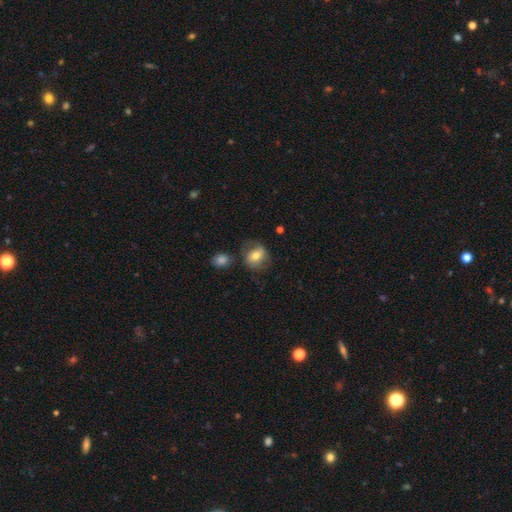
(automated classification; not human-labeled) smooth 64%, featured or disk 28%, star or artifact 8%. Down the decision tree: how rounded — round (60%); merging — none (66%).